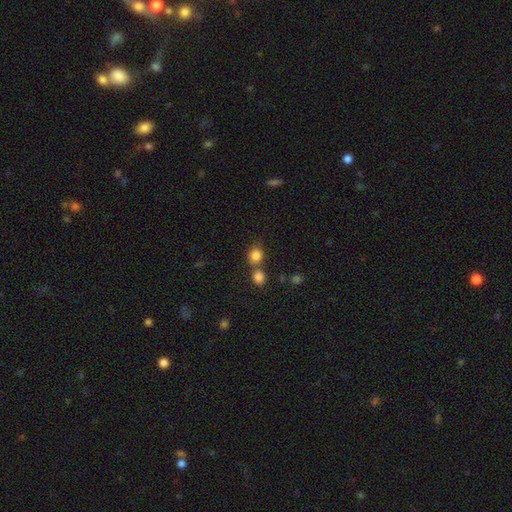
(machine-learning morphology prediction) smooth 83%, star or artifact 11%, featured or disk 6%. Down the decision tree: how rounded — round (74%); merging — none (54%).